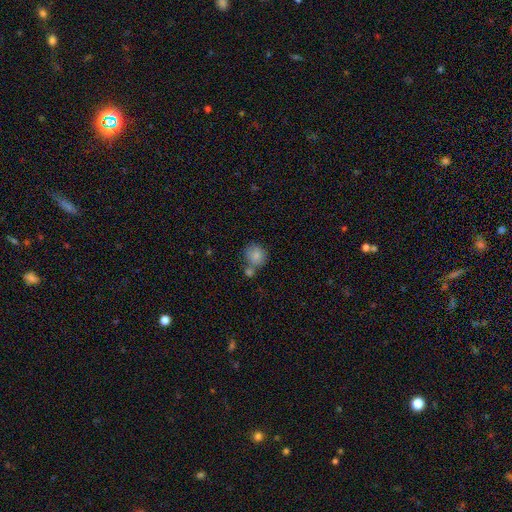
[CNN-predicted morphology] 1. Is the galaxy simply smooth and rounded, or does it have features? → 83% smooth, 9% featured or disk, 8% star or artifact.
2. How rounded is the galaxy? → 82% round, 17% in between, 1% cigar-shaped.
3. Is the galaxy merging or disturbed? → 50% none, 32% merger, 14% minor disturbance, 4% major disturbance.